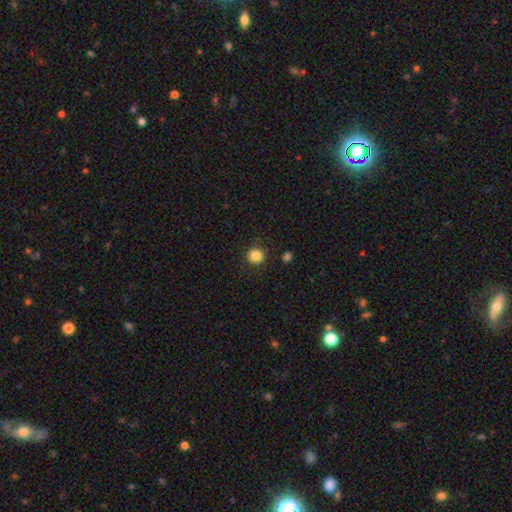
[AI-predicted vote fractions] The model was most divided on "smooth or featured": smooth: 85%, star or artifact: 11%, featured or disk: 4%. More confident: how rounded — round (93%); merging — none (90%).